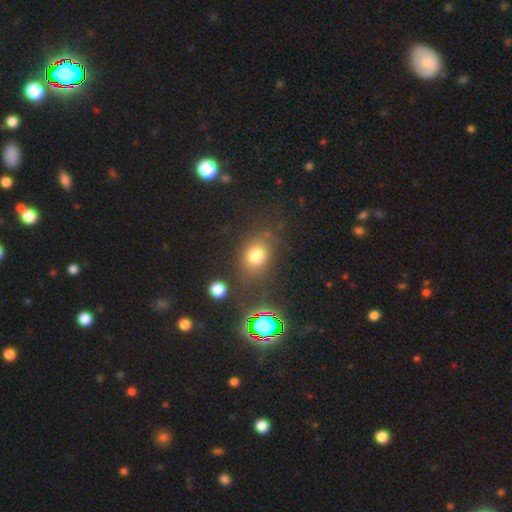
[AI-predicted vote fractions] Smooth or featured?
  - smooth: 73% *
  - star or artifact: 18%
  - featured or disk: 8%
How rounded?
  - round: 55% *
  - in between: 44%
  - cigar-shaped: 1%
Merging?
  - none: 74% *
  - minor disturbance: 14%
  - major disturbance: 7%
  - merger: 6%